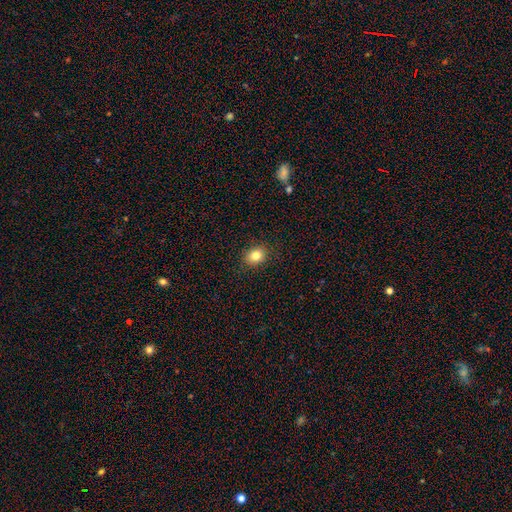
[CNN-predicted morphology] smooth-or-featured: smooth: 82% | star or artifact: 11% | featured or disk: 7%
  how-rounded: round: 54% | in between: 45% | cigar-shaped: 1%
  merging: none: 89% | minor disturbance: 8% | major disturbance: 2% | merger: 1%